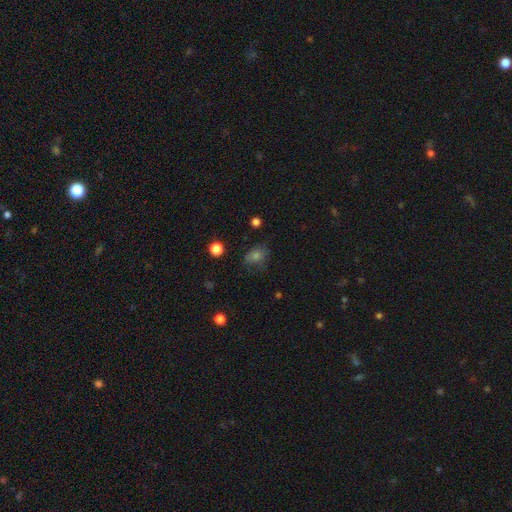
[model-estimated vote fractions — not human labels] Smooth or featured? smooth (64%)
How rounded? in between (67%)
Merging? none (65%)